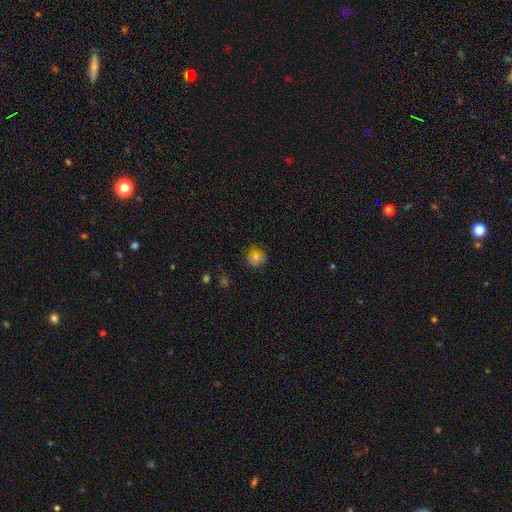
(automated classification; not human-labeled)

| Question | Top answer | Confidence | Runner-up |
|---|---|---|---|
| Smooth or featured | smooth | 74% | star or artifact (14%) |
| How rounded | round | 88% | in between (11%) |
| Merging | none | 83% | minor disturbance (13%) |